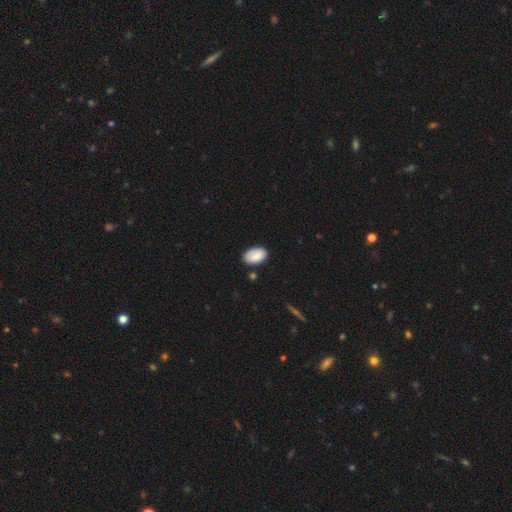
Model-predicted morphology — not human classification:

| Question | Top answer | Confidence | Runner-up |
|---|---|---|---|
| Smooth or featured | smooth | 87% | star or artifact (6%) |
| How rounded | in between | 94% | round (5%) |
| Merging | none | 81% | minor disturbance (14%) |